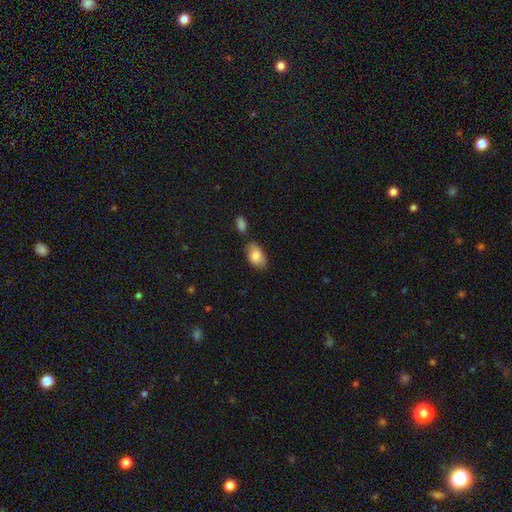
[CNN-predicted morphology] A smooth galaxy with no disk features (83%) that is in between round and cigar-shaped (92%).

Vote fractions:
- Smooth or featured? smooth: 83% / featured or disk: 10% / star or artifact: 7%
- How rounded? in between: 92% / round: 6% / cigar-shaped: 2%
- Merging? none: 67% / minor disturbance: 19% / merger: 9% / major disturbance: 4%